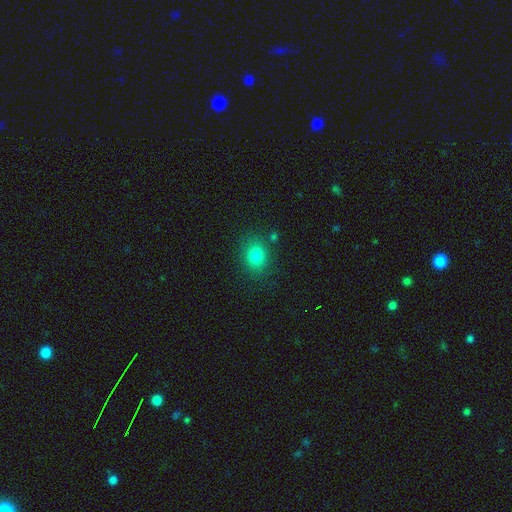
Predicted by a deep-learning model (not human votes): Smooth or featured?
  - smooth: 80% *
  - star or artifact: 13%
  - featured or disk: 8%
How rounded?
  - round: 56% *
  - in between: 43%
  - cigar-shaped: 1%
Merging?
  - none: 82% *
  - minor disturbance: 11%
  - merger: 4%
  - major disturbance: 4%